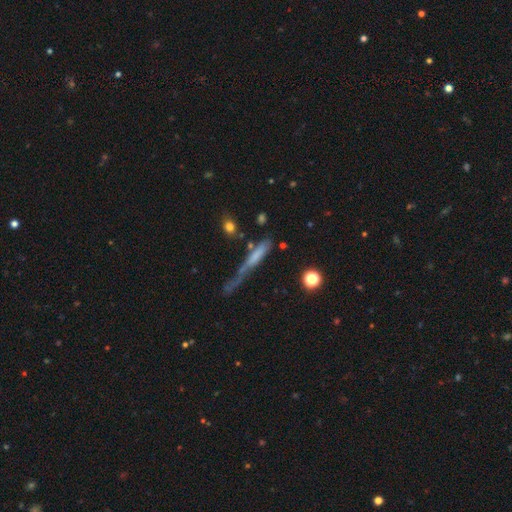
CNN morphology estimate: smooth_or_featured: smooth (p=0.52) [alt: featured or disk p=0.37]
how_rounded: cigar-shaped (p=0.84) [alt: in between p=0.13]
merging: major disturbance (p=0.34) [alt: none p=0.29]